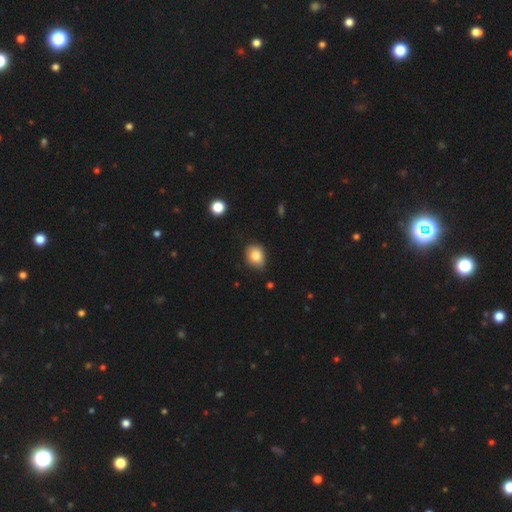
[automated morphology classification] Smooth or featured? Predicted: smooth (p=0.83). How rounded? Predicted: round (p=0.50, tied with in between). Merging? Predicted: none (p=0.75).